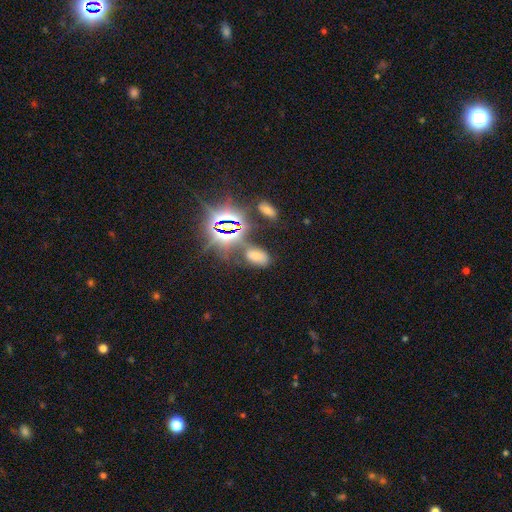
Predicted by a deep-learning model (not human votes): Overall: smooth (51%; star or artifact 39%). How rounded: in between (90%). Merging: none (63%).